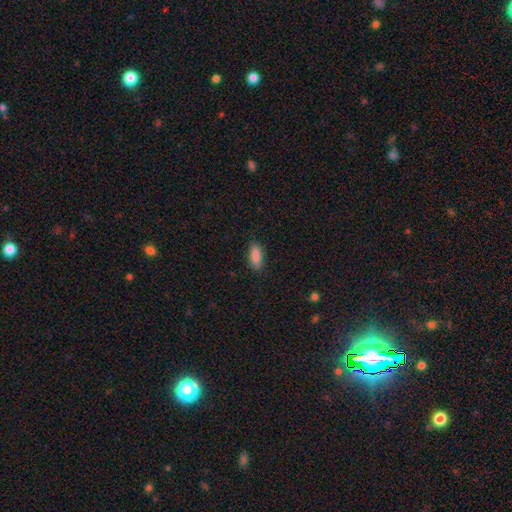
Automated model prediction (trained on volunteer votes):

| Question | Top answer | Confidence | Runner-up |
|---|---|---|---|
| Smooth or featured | smooth | 87% | star or artifact (7%) |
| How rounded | in between | 71% | cigar-shaped (27%) |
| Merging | none | 85% | minor disturbance (12%) |